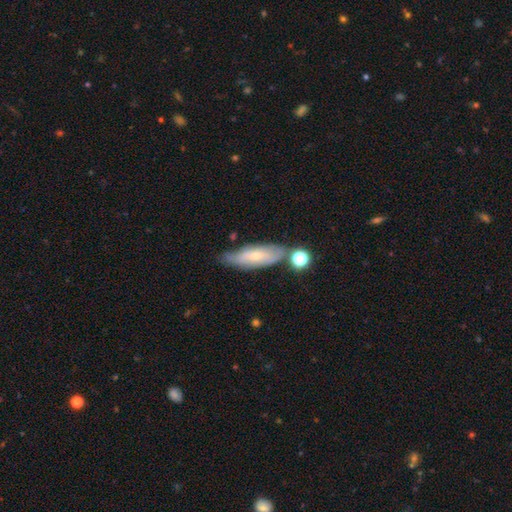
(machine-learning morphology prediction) The model was most divided on "smooth or featured" (2-way tie): smooth: 46%, featured or disk: 46%, star or artifact: 8%. More confident: merging — none (61%).